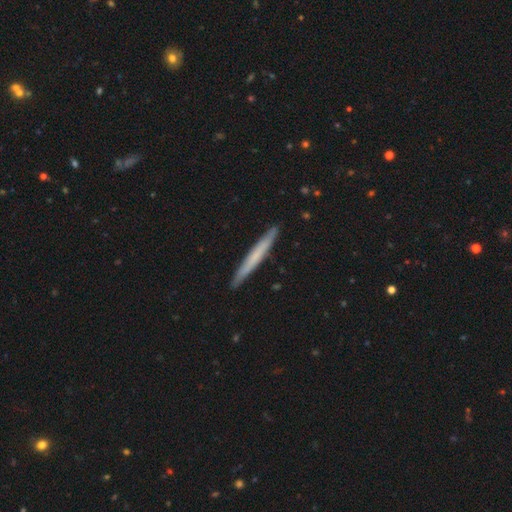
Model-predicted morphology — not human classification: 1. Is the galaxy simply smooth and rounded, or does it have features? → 52% smooth, 42% featured or disk, 6% star or artifact.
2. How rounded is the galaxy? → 97% cigar-shaped, 2% in between, 1% round.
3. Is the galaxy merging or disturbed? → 91% none, 6% minor disturbance, 1% major disturbance, 1% merger.